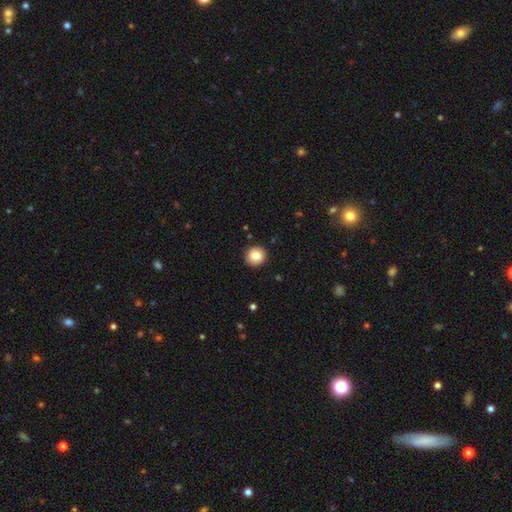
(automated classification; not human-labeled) Morphology: type=smooth (86%); roundness=round (92%); merging=none (90%).